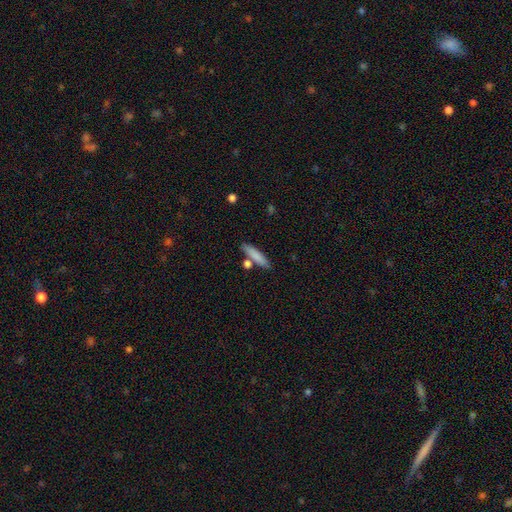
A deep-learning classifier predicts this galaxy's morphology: This appears to be a smooth galaxy with no disk features (82%) that is cigar-shaped (79%). Merging: none (76%).